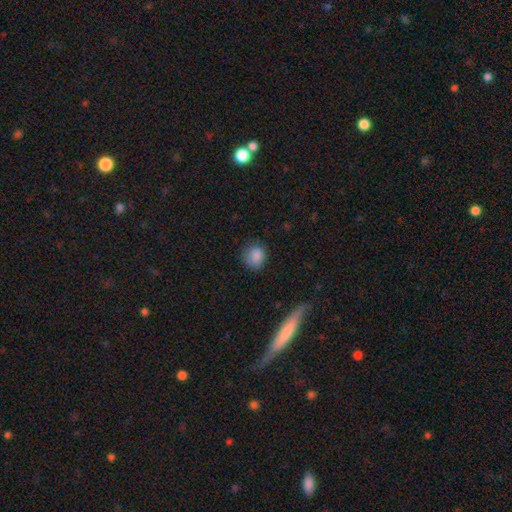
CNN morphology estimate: Smooth or featured? smooth (86%)
How rounded? round (78%)
Merging? none (75%)